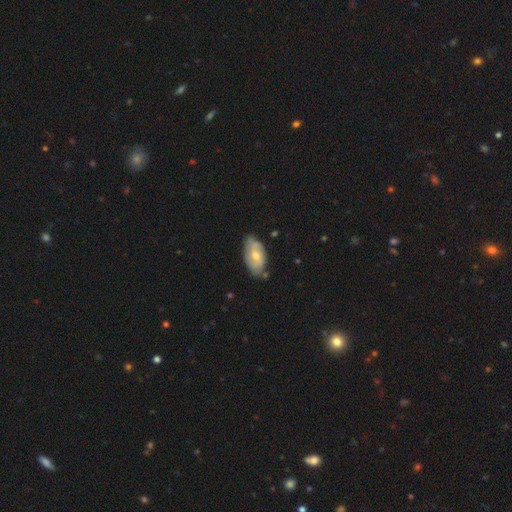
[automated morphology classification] smooth 47% (tied), featured or disk 47% (tied), star or artifact 6%. Down the decision tree: merging — none (66%).